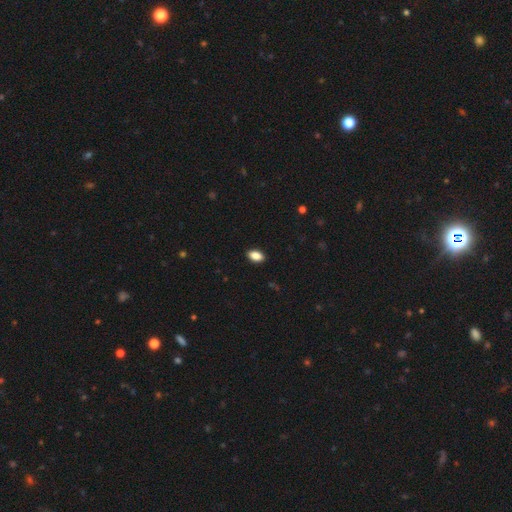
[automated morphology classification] A smooth galaxy with no disk features (88%) that is in between round and cigar-shaped (91%). Merging: none (90%).